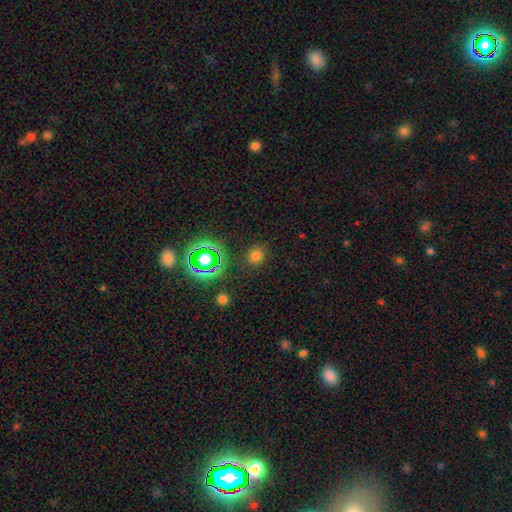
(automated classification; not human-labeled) This appears to be a smooth galaxy with no disk features (70%) that is round (75%). Merging: none (85%).